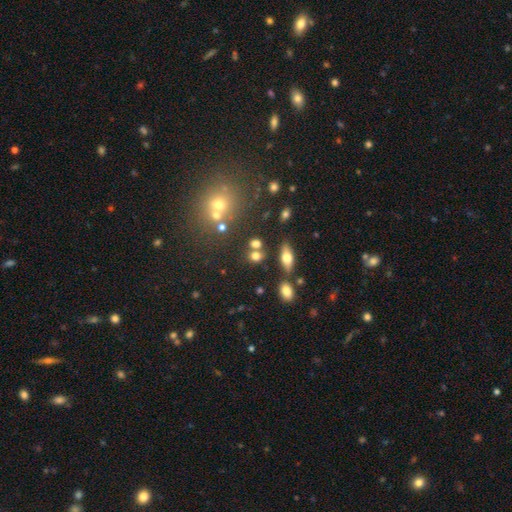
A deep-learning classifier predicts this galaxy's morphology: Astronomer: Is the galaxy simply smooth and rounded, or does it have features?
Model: smooth — 68%.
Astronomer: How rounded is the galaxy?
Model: round — 54% (runner-up: in between, 42%).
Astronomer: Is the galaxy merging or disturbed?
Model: none — 63%.